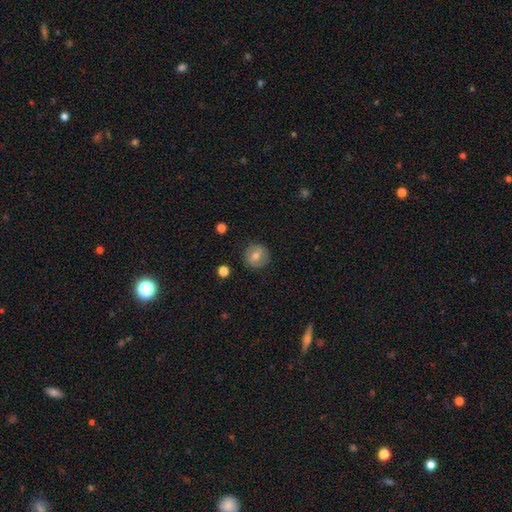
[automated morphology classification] A smooth galaxy with no disk features (60%) that is round (92%).

Vote fractions:
- Smooth or featured? smooth: 60% / featured or disk: 29% / star or artifact: 12%
- How rounded? round: 92% / in between: 7% / cigar-shaped: 1%
- Merging? none: 87% / minor disturbance: 9% / major disturbance: 3% / merger: 1%